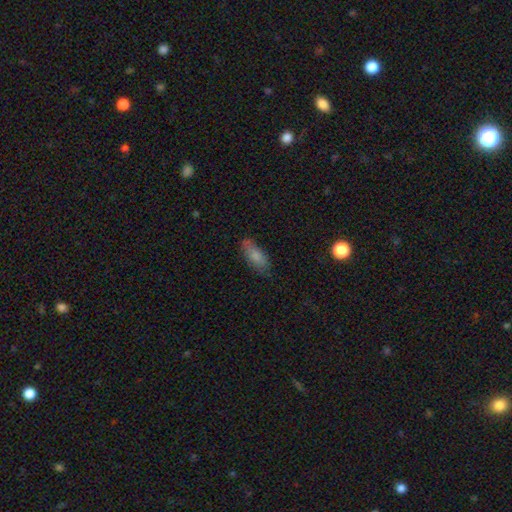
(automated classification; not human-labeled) Smooth or featured: smooth — 80% (featured or disk — 13%)
How rounded: in between — 75% (cigar-shaped — 23%)
Merging: none — 72% (minor disturbance — 21%)